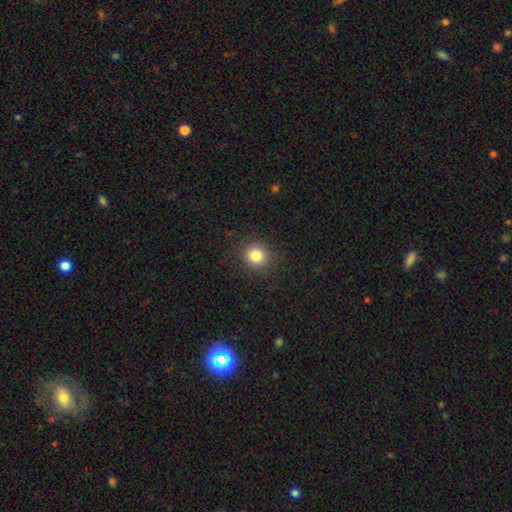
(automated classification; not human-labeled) This appears to be a smooth galaxy with no disk features (82%) that is round (88%). Merging: none (89%).